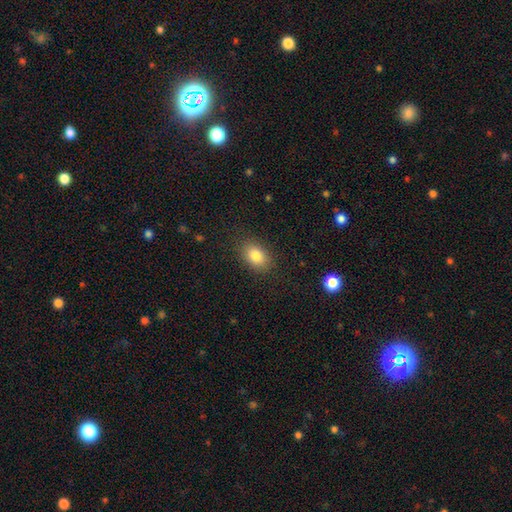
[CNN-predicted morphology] Smooth or featured? smooth (84%)
How rounded? in between (81%)
Merging? none (85%)